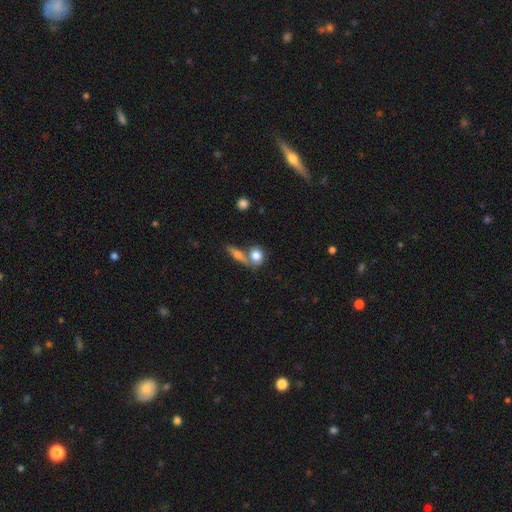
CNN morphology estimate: Smooth or featured? smooth (77%)
How rounded? round (59%)
Merging? none (49%)